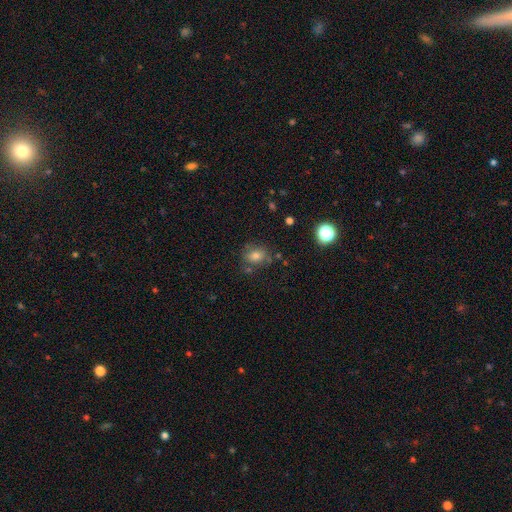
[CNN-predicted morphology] Smooth or featured?
  - smooth: 71% *
  - star or artifact: 16%
  - featured or disk: 12%
How rounded?
  - round: 50% *
  - in between: 48%
  - cigar-shaped: 1%
Merging?
  - none: 71% *
  - minor disturbance: 17%
  - merger: 7%
  - major disturbance: 5%